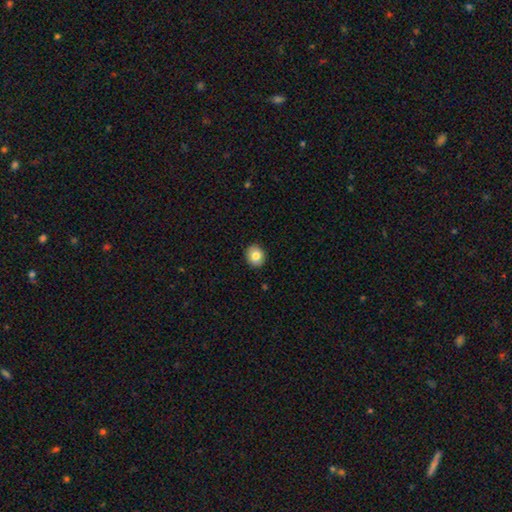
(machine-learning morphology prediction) Smooth or featured? Predicted: smooth (p=0.82). How rounded? Predicted: round (p=0.78). Merging? Predicted: none (p=0.91).